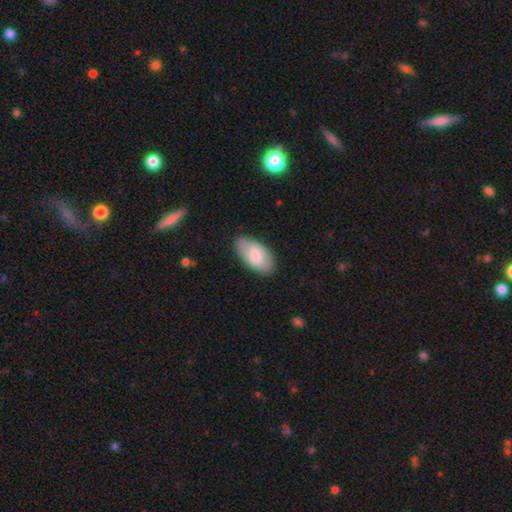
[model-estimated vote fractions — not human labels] This appears to be a smooth galaxy with no disk features (74%) that is in between round and cigar-shaped (95%). Merging: none (82%).